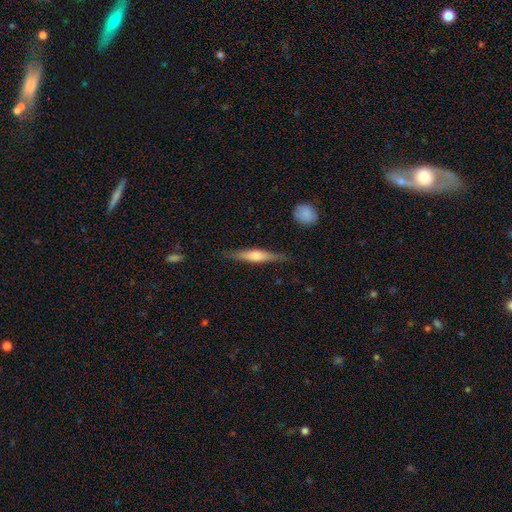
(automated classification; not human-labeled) A smooth galaxy with no disk features (47%, tied with featured or disk). Merging: none (84%).